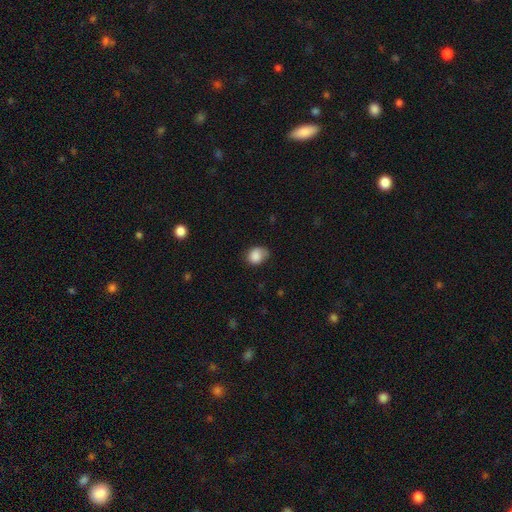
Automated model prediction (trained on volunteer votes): Smooth or featured? smooth (85%)
How rounded? round (53%)
Merging? none (53%)